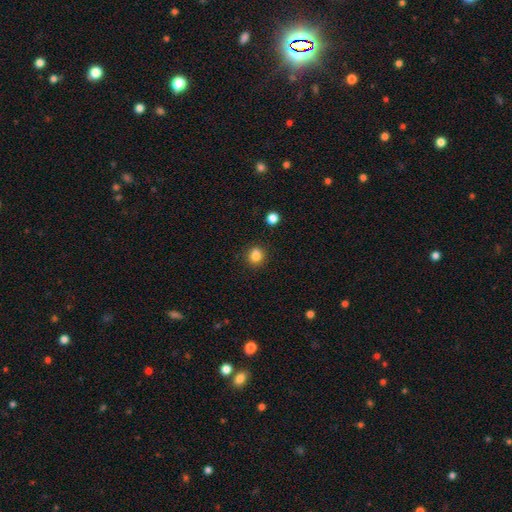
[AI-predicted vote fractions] smooth-or-featured: smooth: 84% | star or artifact: 11% | featured or disk: 5%
  how-rounded: round: 72% | in between: 27% | cigar-shaped: 1%
  merging: none: 83% | minor disturbance: 11% | merger: 4% | major disturbance: 3%